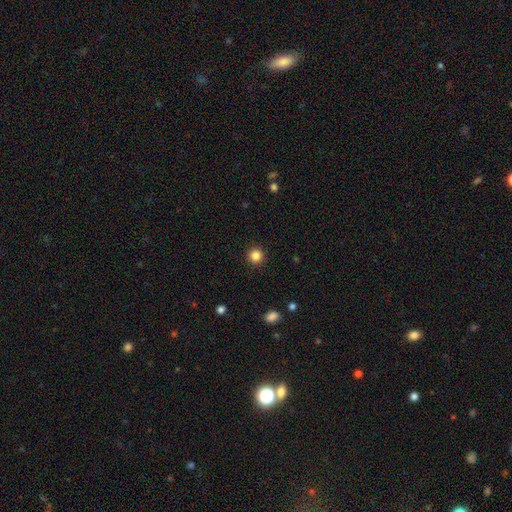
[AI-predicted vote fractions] The model was most divided on "smooth or featured": smooth: 84%, star or artifact: 12%, featured or disk: 4%. More confident: how rounded — round (96%); merging — none (93%).